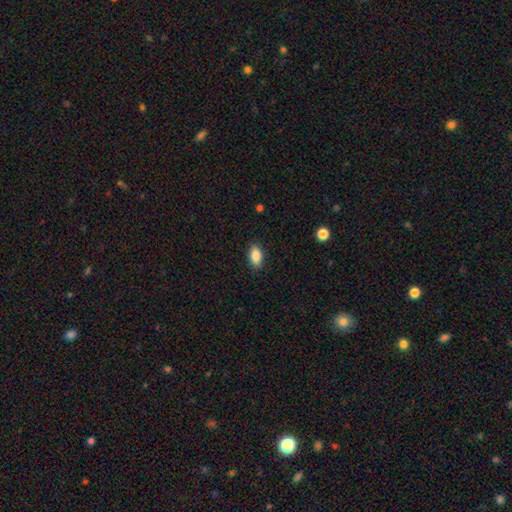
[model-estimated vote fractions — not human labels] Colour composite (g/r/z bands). It shows a smooth galaxy with no disk features (86%) that is in between round and cigar-shaped (91%). Merging: none (89%).